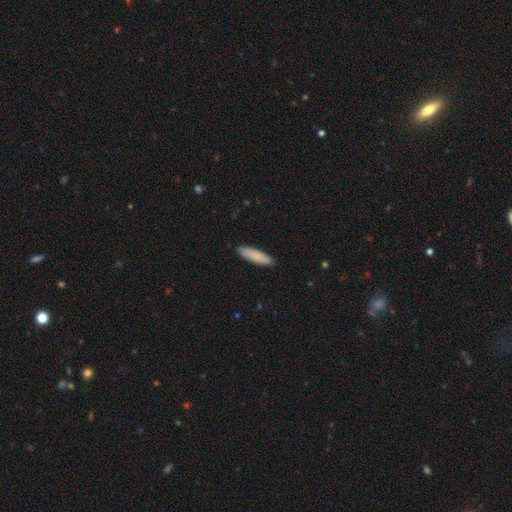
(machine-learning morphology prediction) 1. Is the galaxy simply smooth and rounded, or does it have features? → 86% smooth, 9% featured or disk, 5% star or artifact.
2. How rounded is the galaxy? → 66% cigar-shaped, 33% in between, 1% round.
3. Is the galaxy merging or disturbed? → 89% none, 9% minor disturbance, 2% major disturbance, 1% merger.